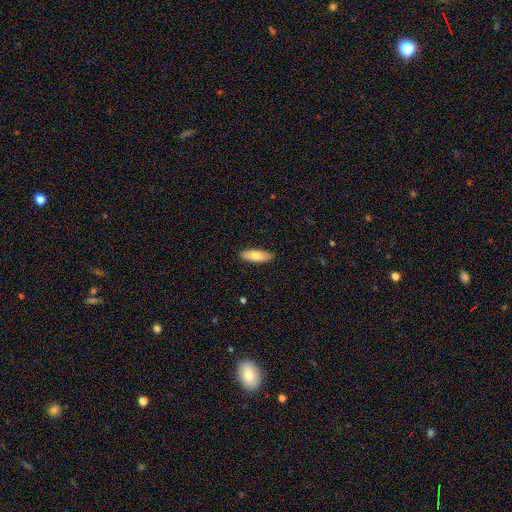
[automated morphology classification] This is likely a smooth galaxy (78%). How rounded: likely in between (65%). Merging: clearly none (89%).